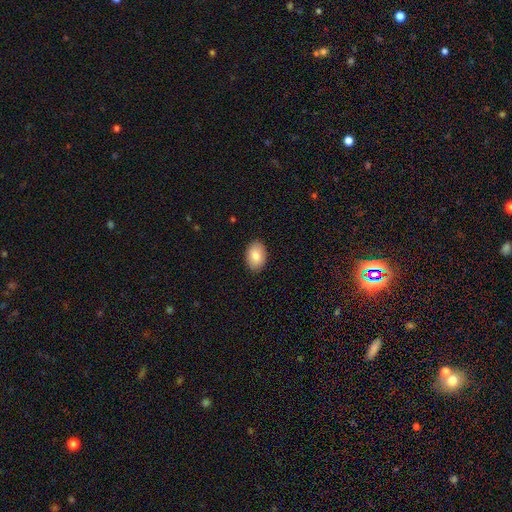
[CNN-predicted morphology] type=smooth (84%); roundness=in between (86%); merging=none (90%).